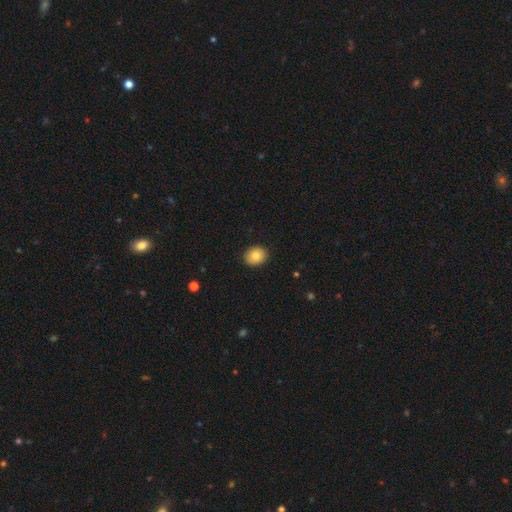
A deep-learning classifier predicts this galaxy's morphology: A smooth galaxy with no disk features (81%) that is round (55%). Merging: none (90%).